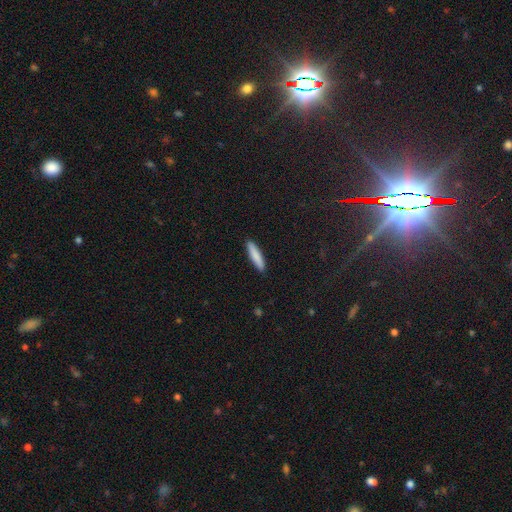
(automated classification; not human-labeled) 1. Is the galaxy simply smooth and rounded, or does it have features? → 85% smooth, 10% featured or disk, 5% star or artifact.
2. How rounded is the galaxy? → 86% cigar-shaped, 13% in between, 1% round.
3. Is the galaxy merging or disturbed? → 91% none, 6% minor disturbance, 1% major disturbance, 1% merger.